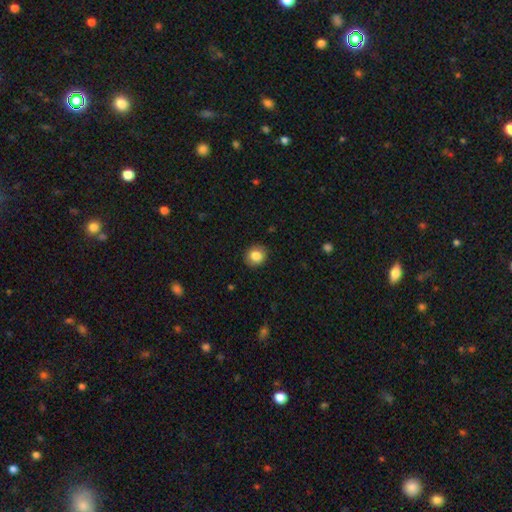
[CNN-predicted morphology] Smooth or featured: smooth — 85% (star or artifact — 9%)
How rounded: round — 81% (in between — 18%)
Merging: none — 90% (minor disturbance — 7%)